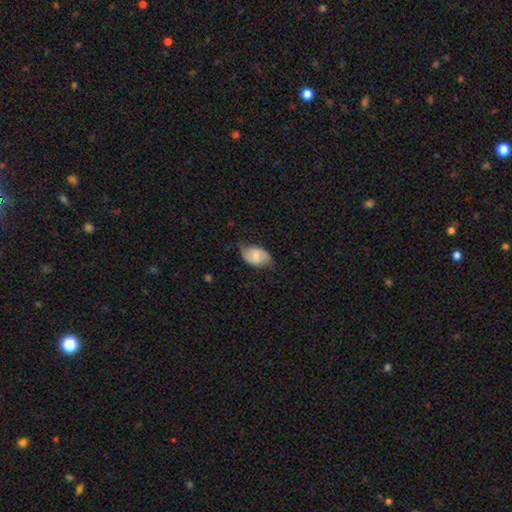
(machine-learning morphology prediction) type=smooth (48%); merging=none (62%).